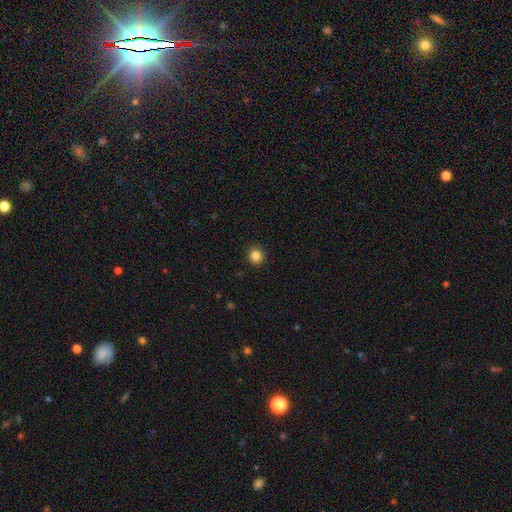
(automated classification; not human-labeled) Q: Smooth or featured?
A: smooth (85%); runner-up: star or artifact (11%)
Q: How rounded?
A: round (91%); runner-up: in between (8%)
Q: Merging?
A: none (92%); runner-up: minor disturbance (5%)